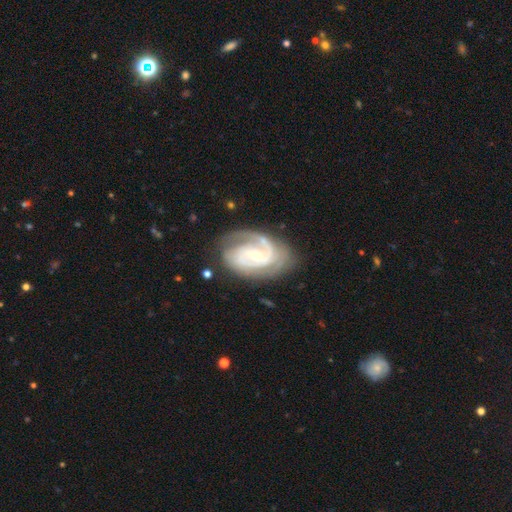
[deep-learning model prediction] smooth_or_featured: featured or disk (p=0.88) [alt: smooth p=0.07]
disk_edge_on: no (p=0.97) [alt: yes p=0.03]
bar: no (p=0.48) [alt: weak p=0.39]
has_spiral_arms: yes (p=0.96) [alt: no p=0.04]
spiral_winding: tight (p=0.53) [alt: medium p=0.37]
spiral_arm_count: 2 (p=0.57) [alt: can't tell p=0.15]
bulge_size: small (p=0.67) [alt: moderate p=0.28]
merging: none (p=0.68) [alt: minor disturbance p=0.19]